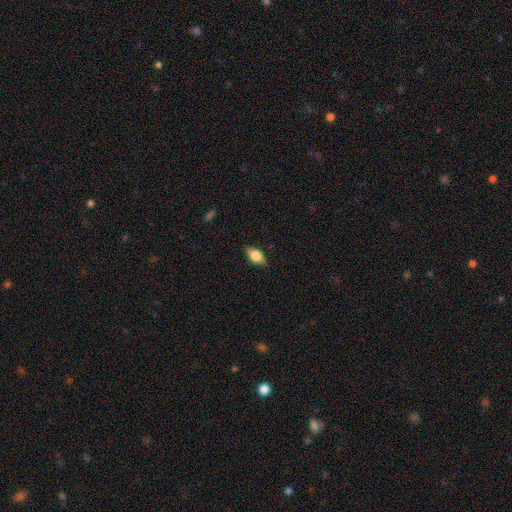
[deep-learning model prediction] smooth-or-featured: smooth: 63% | featured or disk: 29% | star or artifact: 8%
  how-rounded: in between: 83% | cigar-shaped: 9% | round: 8%
  merging: none: 83% | minor disturbance: 14% | major disturbance: 3% | merger: 1%